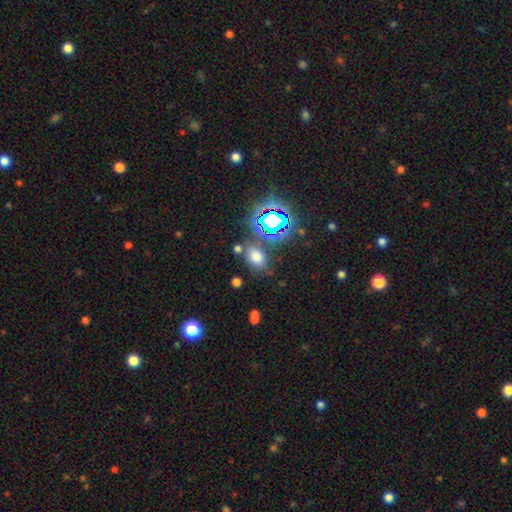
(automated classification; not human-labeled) This is likely a smooth galaxy (65%). How rounded: likely in between (74%). Merging: likely none (74%).